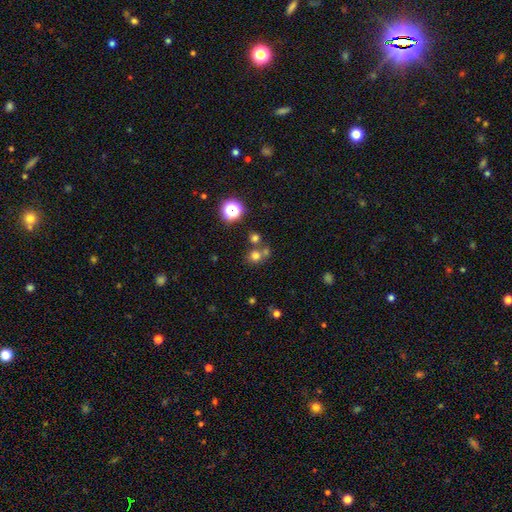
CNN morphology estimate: smooth-or-featured: smooth: 68% | star or artifact: 22% | featured or disk: 10%
  how-rounded: round: 85% | in between: 14% | cigar-shaped: 1%
  merging: none: 58% | merger: 31% | minor disturbance: 8% | major disturbance: 4%